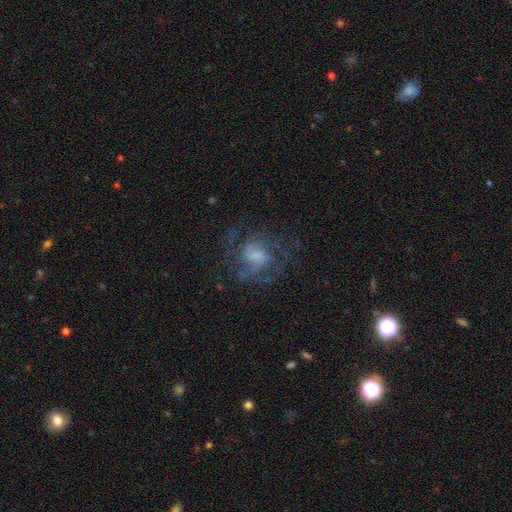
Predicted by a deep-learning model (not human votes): Smooth or featured? featured or disk (67%)
Edge-on disk? no (97%)
Bar? no (54%)
Spiral arms? yes (81%)
Spiral winding? medium (48%)
Spiral arm count? can't tell (34%)
Bulge size? moderate (32%)
Merging? none (56%)